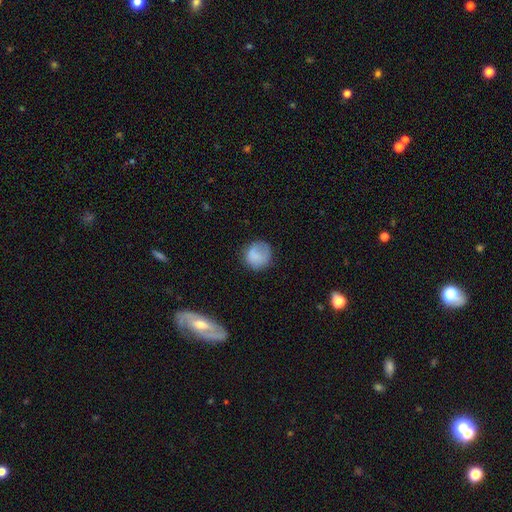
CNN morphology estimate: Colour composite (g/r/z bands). It shows a smooth galaxy with no disk features (80%) that is round (88%). Merging: none (69%).